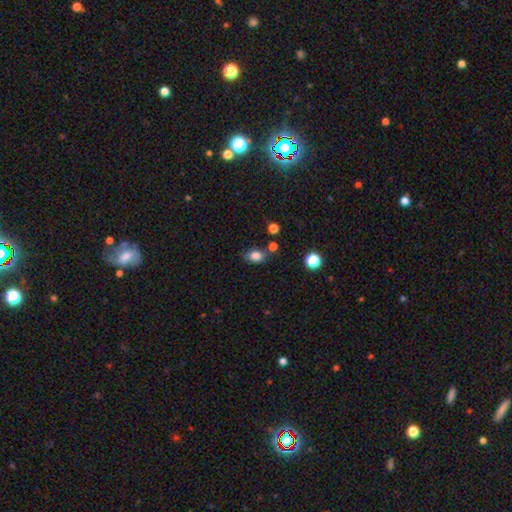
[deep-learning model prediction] Smooth or featured? smooth (82%)
How rounded? in between (66%)
Merging? none (66%)